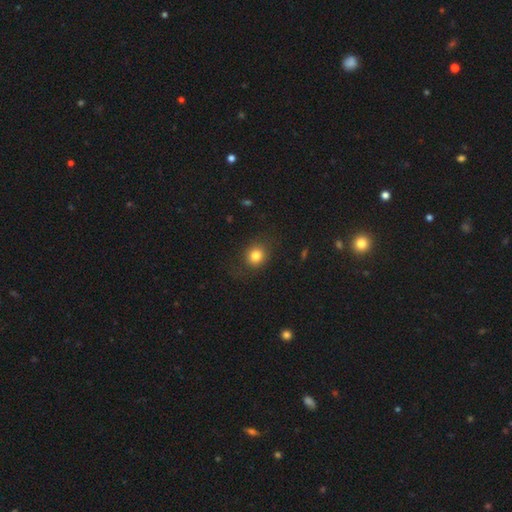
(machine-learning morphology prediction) smooth-or-featured: smooth: 81% | star or artifact: 11% | featured or disk: 8%
  how-rounded: round: 76% | in between: 23% | cigar-shaped: 1%
  merging: none: 80% | minor disturbance: 13% | major disturbance: 6% | merger: 1%